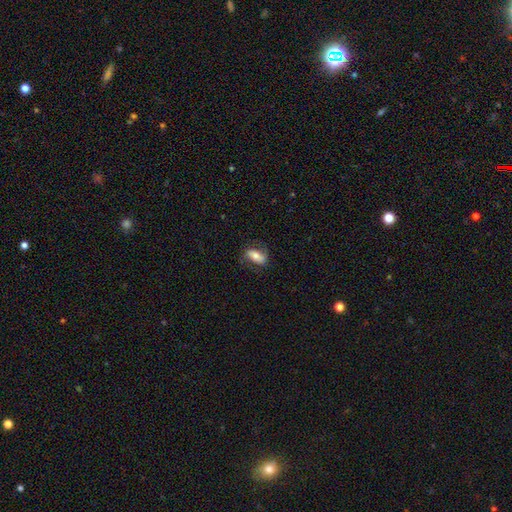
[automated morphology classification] This appears to be a smooth galaxy with no disk features (52%) that is in between round and cigar-shaped (83%). Merging: none (70%).